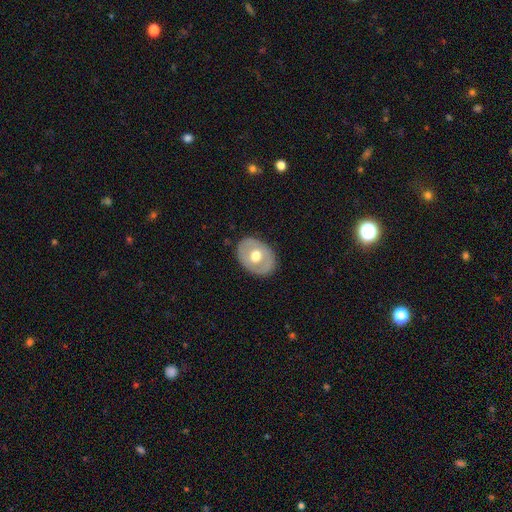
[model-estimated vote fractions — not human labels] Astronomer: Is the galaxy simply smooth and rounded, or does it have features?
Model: smooth — 51% (runner-up: featured or disk, 44%).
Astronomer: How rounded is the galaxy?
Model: in between — 65%.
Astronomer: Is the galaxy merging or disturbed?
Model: none — 84%.